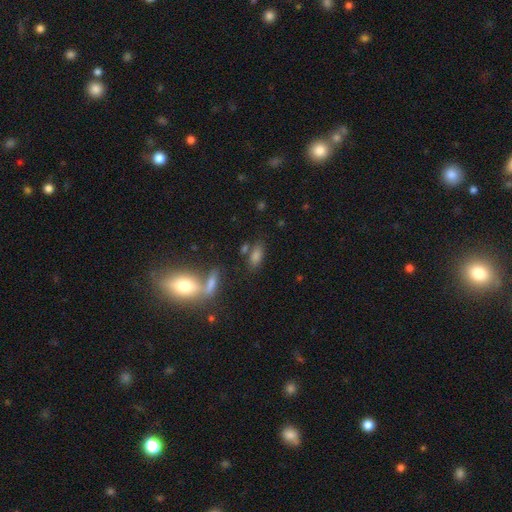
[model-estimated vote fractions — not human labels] Smooth or featured? Predicted: smooth (p=0.77). How rounded? Predicted: in between (p=0.81). Merging? Predicted: none (p=0.63).